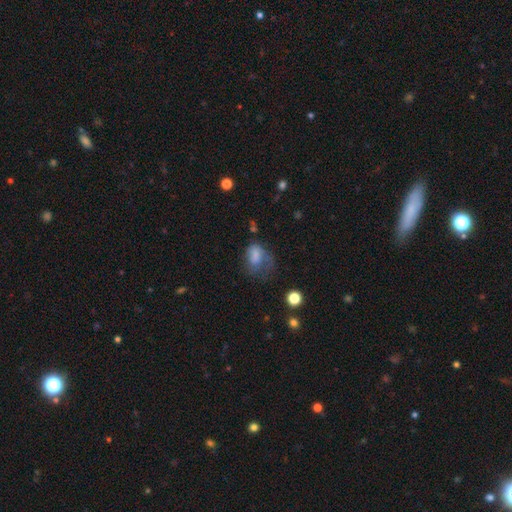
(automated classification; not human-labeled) Overall: smooth (66%). How rounded: in between (75%). Merging: major disturbance (48%; minor disturbance 25%).